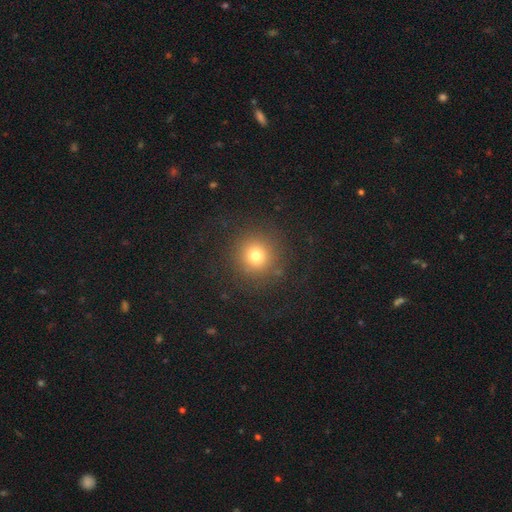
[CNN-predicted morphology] smooth_or_featured: smooth (p=0.74) [alt: star or artifact p=0.17]
how_rounded: round (p=0.94) [alt: in between p=0.05]
merging: none (p=0.86) [alt: minor disturbance p=0.08]